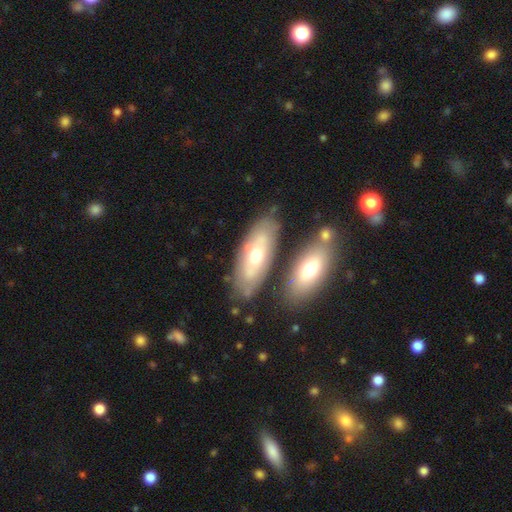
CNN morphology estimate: Smooth or featured?
  - featured or disk: 51% *
  - smooth: 43%
  - star or artifact: 6%
Edge-on disk?
  - no: 77% *
  - yes: 23%
Merging?
  - none: 71% *
  - minor disturbance: 14%
  - merger: 10%
  - major disturbance: 4%